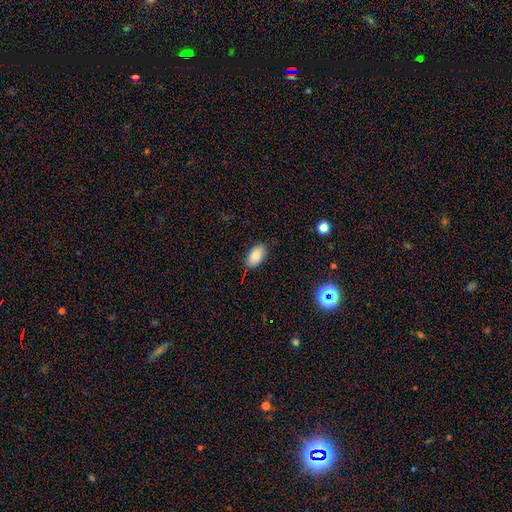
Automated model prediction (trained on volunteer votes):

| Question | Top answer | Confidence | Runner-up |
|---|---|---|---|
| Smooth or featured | smooth | 85% | star or artifact (8%) |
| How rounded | in between | 94% | round (5%) |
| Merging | none | 82% | minor disturbance (14%) |